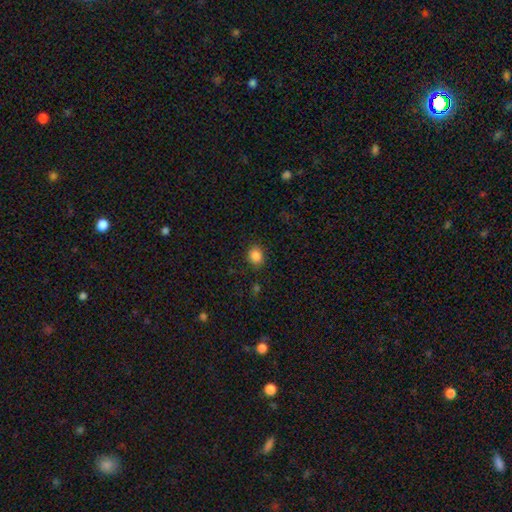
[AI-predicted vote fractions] This appears to be a smooth galaxy with no disk features (85%) that is round (65%). Merging: none (87%).